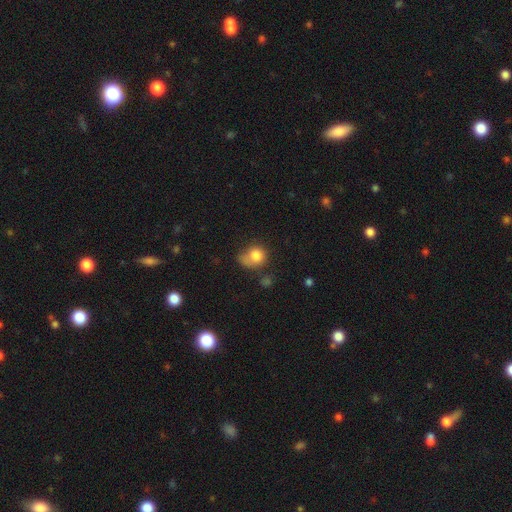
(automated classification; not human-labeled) Smooth or featured? smooth (79%)
How rounded? round (69%)
Merging? none (37%)